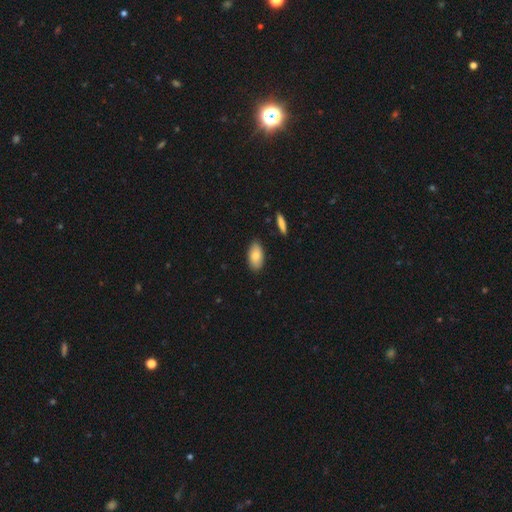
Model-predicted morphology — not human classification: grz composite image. It shows a smooth galaxy with no disk features (80%) that is in between round and cigar-shaped (93%). Merging: none (85%).